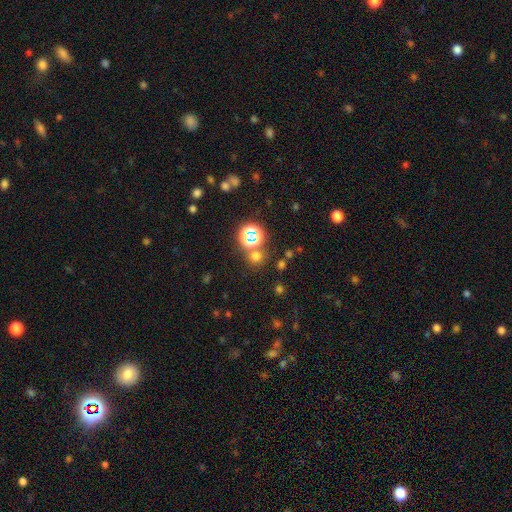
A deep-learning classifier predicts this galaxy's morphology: The model was most divided on "smooth or featured": smooth: 58%, star or artifact: 36%, featured or disk: 7%. More confident: how rounded — round (89%); merging — none (75%).